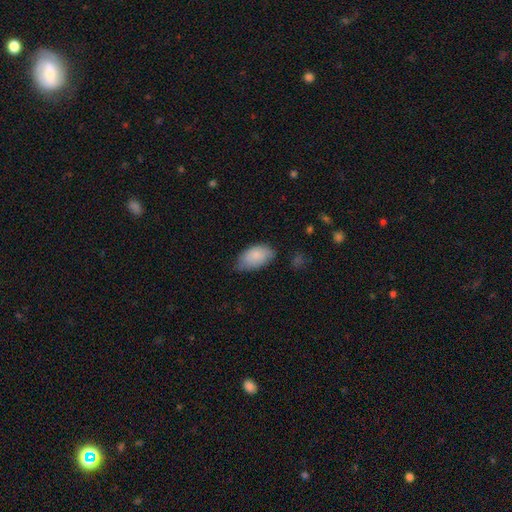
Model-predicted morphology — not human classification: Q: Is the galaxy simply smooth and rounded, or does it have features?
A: smooth — 84%.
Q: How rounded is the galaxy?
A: in between — 94%.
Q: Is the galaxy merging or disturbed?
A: none — 58%.